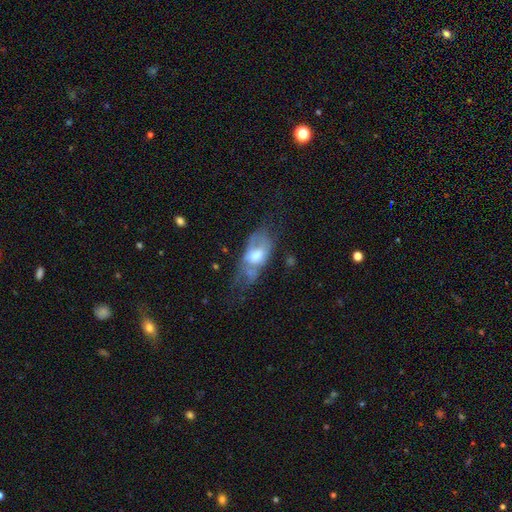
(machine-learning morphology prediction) type=featured or disk (51%); edge-on=no (86%); merging=major disturbance (36%).